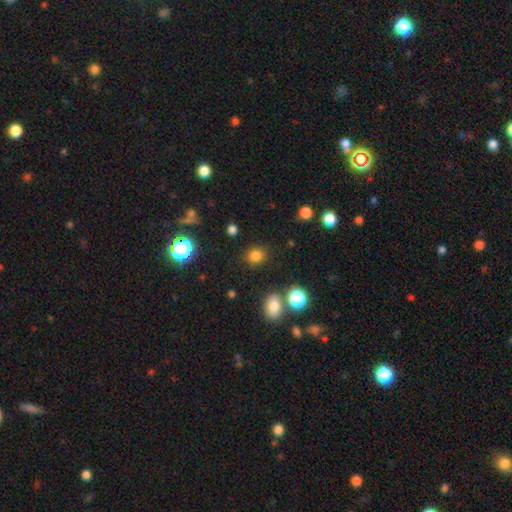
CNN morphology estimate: Overall: smooth (80%). How rounded: round (76%). Merging: none (85%).